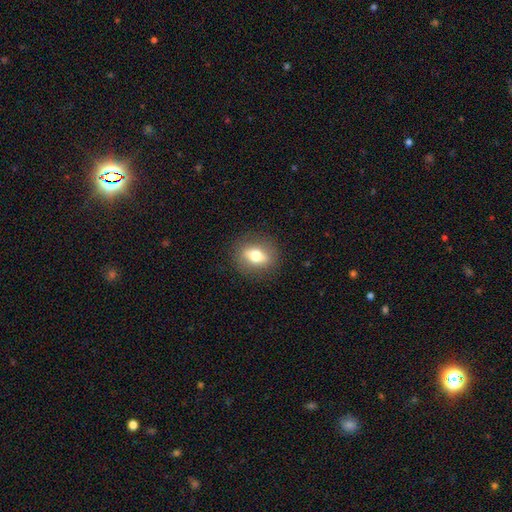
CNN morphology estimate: Smooth or featured: smooth — 59% (featured or disk — 32%)
How rounded: in between — 54% (round — 41%)
Merging: none — 86% (minor disturbance — 10%)